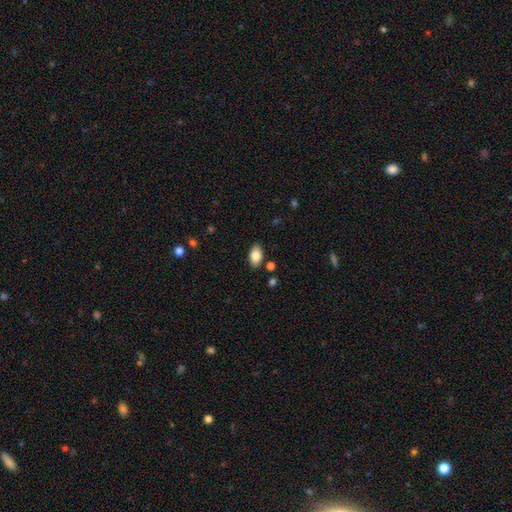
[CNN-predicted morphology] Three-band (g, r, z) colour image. It shows a smooth galaxy with no disk features (81%) that is in between round and cigar-shaped (92%). Merging: none (86%).